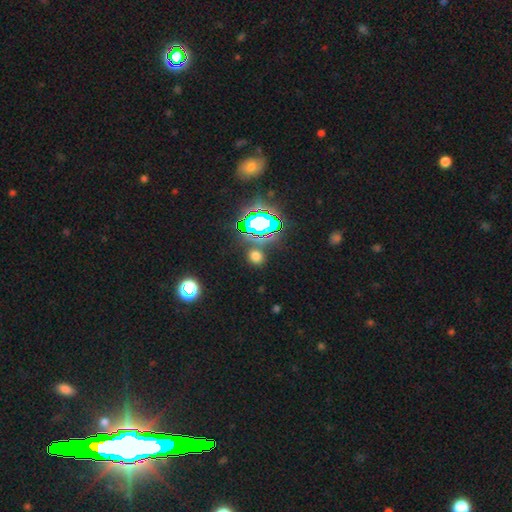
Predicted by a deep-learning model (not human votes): This is possibly a smooth galaxy (57%). How rounded: likely round (75%). Merging: clearly none (84%).